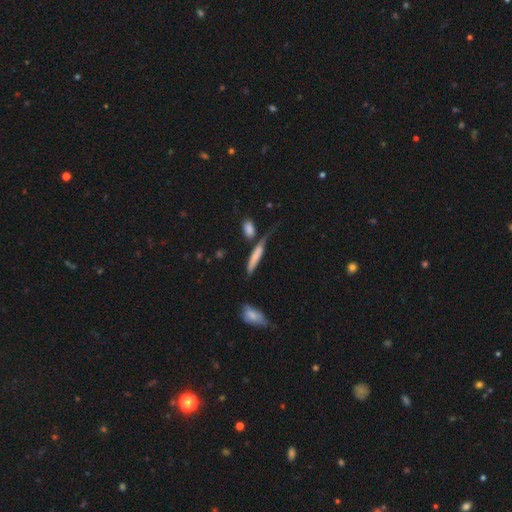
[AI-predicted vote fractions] Overall: smooth (69%). How rounded: cigar-shaped (82%). Merging: none (45%; minor disturbance 21%).